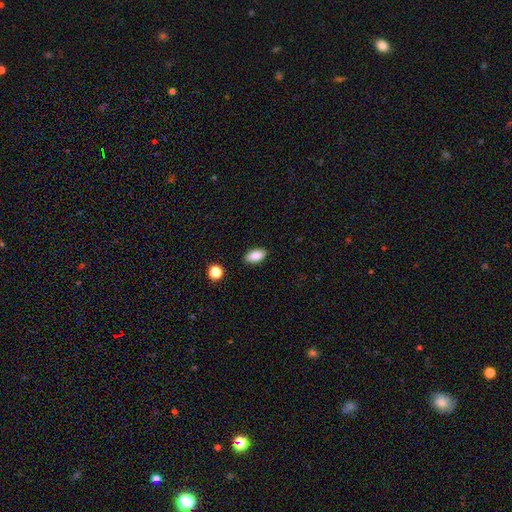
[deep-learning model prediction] This is clearly a smooth galaxy (87%). How rounded: clearly in between (92%). Merging: clearly none (88%).